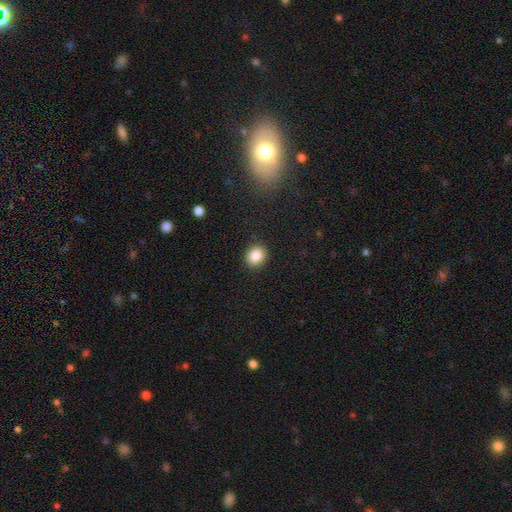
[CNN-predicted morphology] Smooth or featured? Predicted: smooth (p=0.87). How rounded? Predicted: round (p=0.64). Merging? Predicted: none (p=0.89).